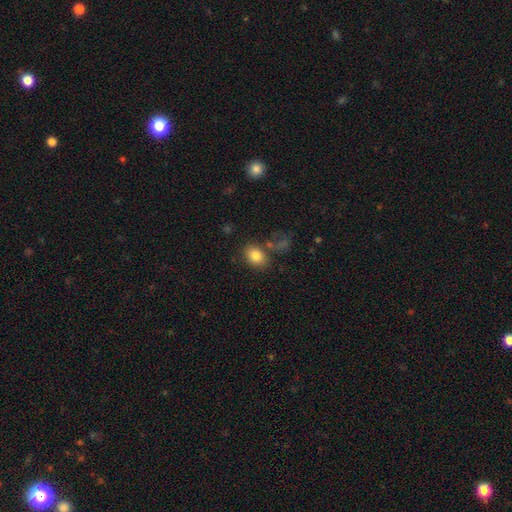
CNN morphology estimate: Smooth or featured?
  - smooth: 82% *
  - star or artifact: 10%
  - featured or disk: 8%
How rounded?
  - in between: 62% *
  - round: 37%
  - cigar-shaped: 1%
Merging?
  - none: 72% *
  - minor disturbance: 14%
  - merger: 9%
  - major disturbance: 6%